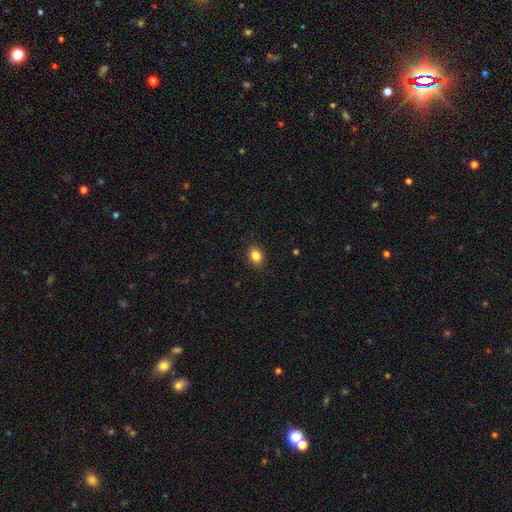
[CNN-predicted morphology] The model was most divided on "how rounded": in between: 62%, round: 37%, cigar-shaped: 1%. More confident: merging — none (90%); smooth or featured — smooth (85%).